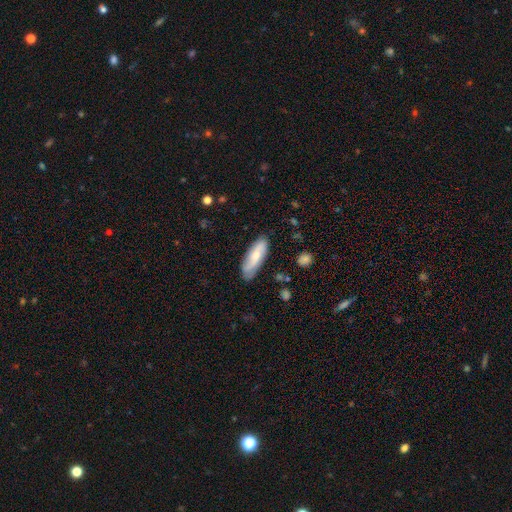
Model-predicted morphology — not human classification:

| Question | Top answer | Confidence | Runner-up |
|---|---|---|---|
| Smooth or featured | smooth | 61% | featured or disk (33%) |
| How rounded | in between | 59% | cigar-shaped (39%) |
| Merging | none | 79% | minor disturbance (16%) |